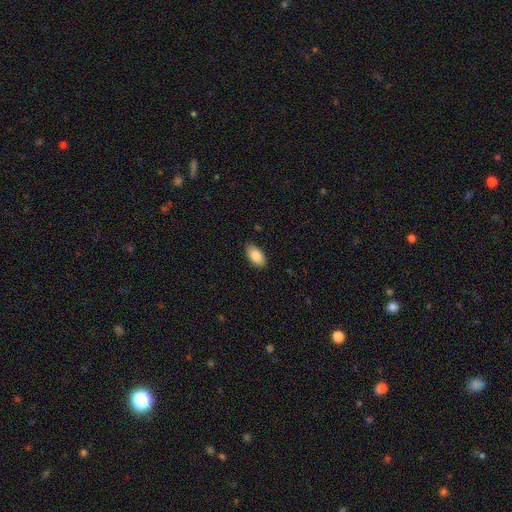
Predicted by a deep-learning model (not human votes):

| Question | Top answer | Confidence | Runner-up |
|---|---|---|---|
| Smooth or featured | smooth | 88% | star or artifact (6%) |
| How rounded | in between | 95% | round (3%) |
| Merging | none | 87% | minor disturbance (10%) |